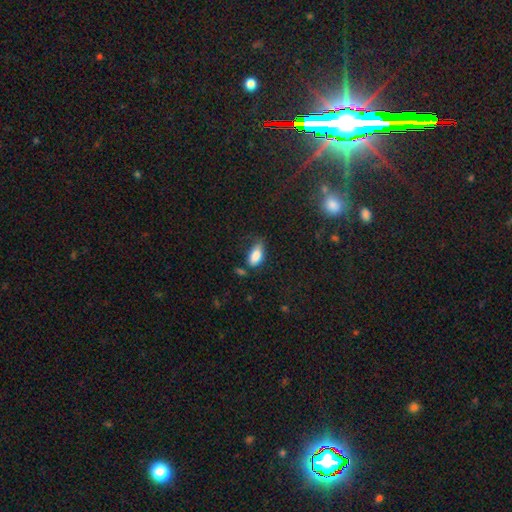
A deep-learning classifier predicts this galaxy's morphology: Smooth or featured?
  - smooth: 85% *
  - star or artifact: 8%
  - featured or disk: 7%
How rounded?
  - in between: 91% *
  - cigar-shaped: 5%
  - round: 4%
Merging?
  - none: 50% *
  - minor disturbance: 33%
  - major disturbance: 12%
  - merger: 5%